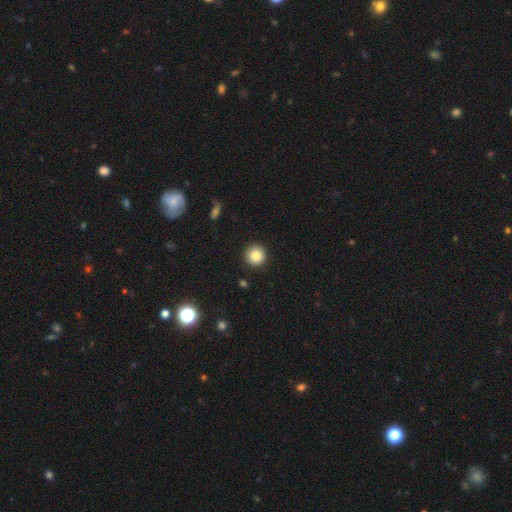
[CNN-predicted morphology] A smooth galaxy with no disk features (85%) that is round (95%).

Vote fractions:
- Smooth or featured? smooth: 85% / star or artifact: 10% / featured or disk: 5%
- How rounded? round: 95% / in between: 4% / cigar-shaped: 1%
- Merging? none: 91% / minor disturbance: 6% / major disturbance: 2% / merger: 1%